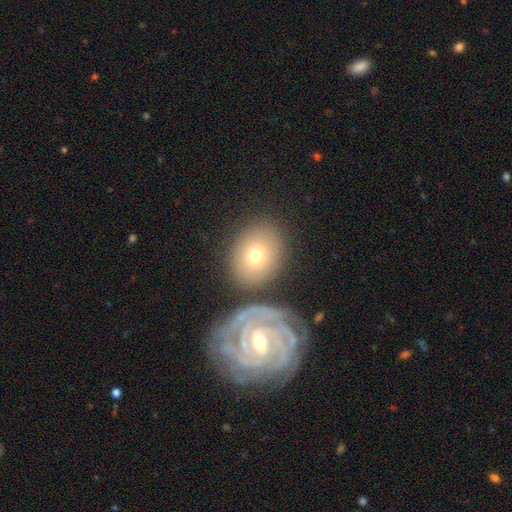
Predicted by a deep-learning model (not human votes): Smooth or featured?
  - smooth: 62% *
  - featured or disk: 30%
  - star or artifact: 8%
How rounded?
  - in between: 50% *
  - round: 49%
  - cigar-shaped: 1%
Merging?
  - none: 69% *
  - minor disturbance: 13%
  - merger: 12%
  - major disturbance: 5%